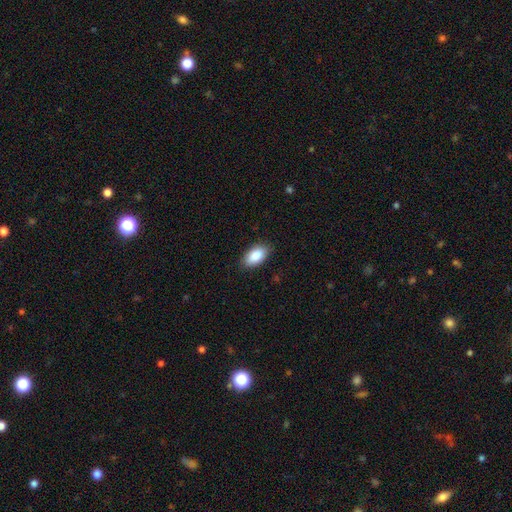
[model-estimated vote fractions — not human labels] Q: Smooth or featured?
A: smooth (88%); runner-up: star or artifact (6%)
Q: How rounded?
A: in between (94%); runner-up: round (3%)
Q: Merging?
A: none (85%); runner-up: minor disturbance (11%)